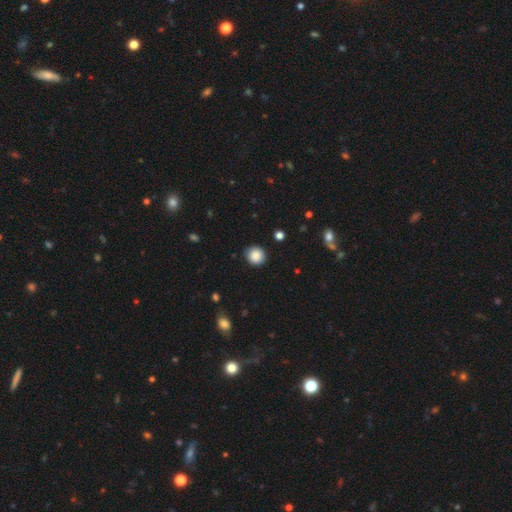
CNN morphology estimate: Smooth or featured? Predicted: smooth (p=0.87). How rounded? Predicted: round (p=0.90). Merging? Predicted: none (p=0.88).